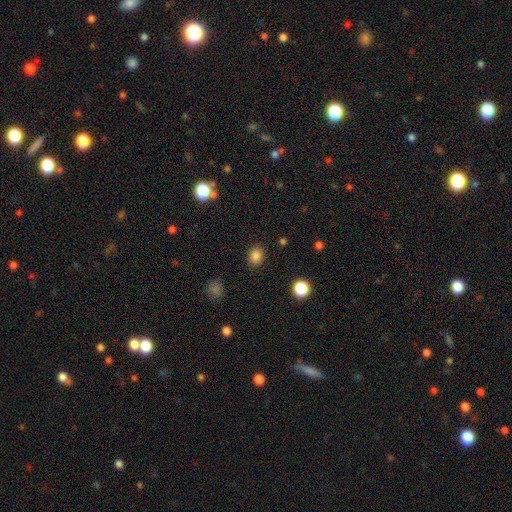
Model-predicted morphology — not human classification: smooth 84%, star or artifact 12%, featured or disk 4%. Down the decision tree: how rounded — round (52%); merging — none (87%).